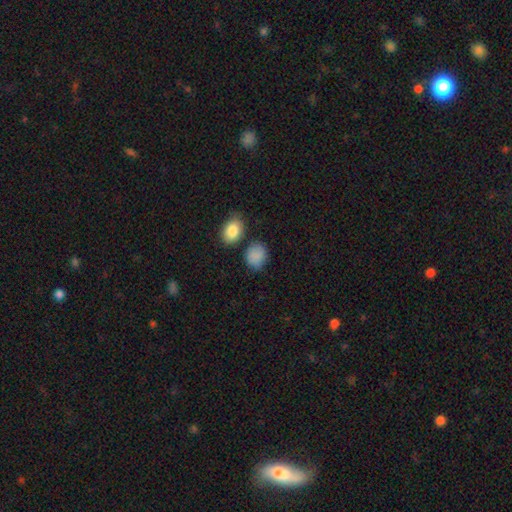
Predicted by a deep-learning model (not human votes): smooth_or_featured: smooth (p=0.87) [alt: star or artifact p=0.08]
how_rounded: round (p=0.50) [alt: in between p=0.49]
merging: none (p=0.70) [alt: minor disturbance p=0.18]